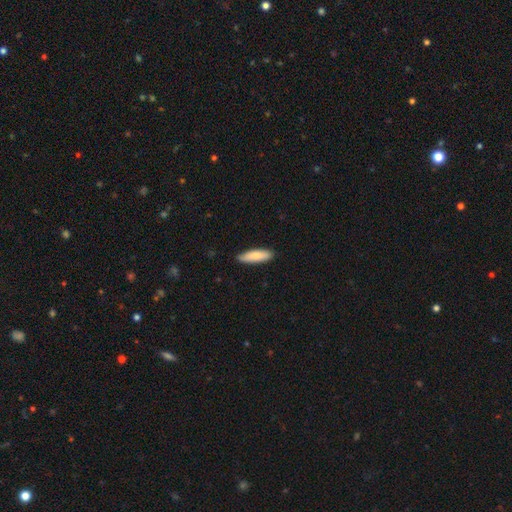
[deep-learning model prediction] smooth 82%, featured or disk 12%, star or artifact 5%. Down the decision tree: how rounded — cigar-shaped (58%); merging — none (88%).